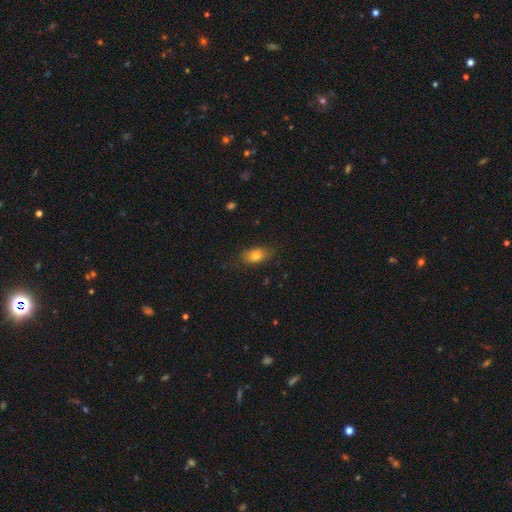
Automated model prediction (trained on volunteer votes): This appears to be a smooth galaxy with no disk features (80%) that is in between round and cigar-shaped (85%). Merging: none (78%).